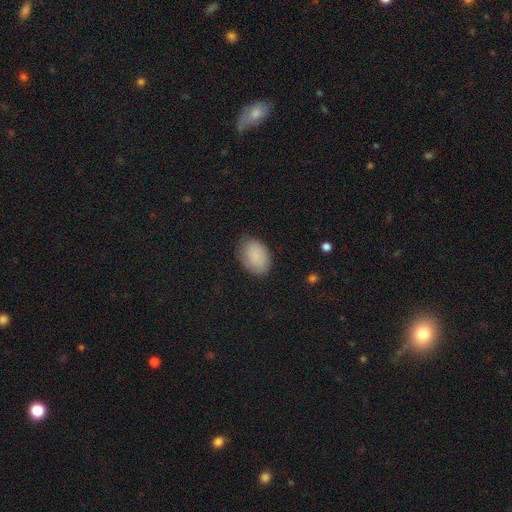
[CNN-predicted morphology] type=smooth (84%); roundness=in between (82%); merging=none (80%).